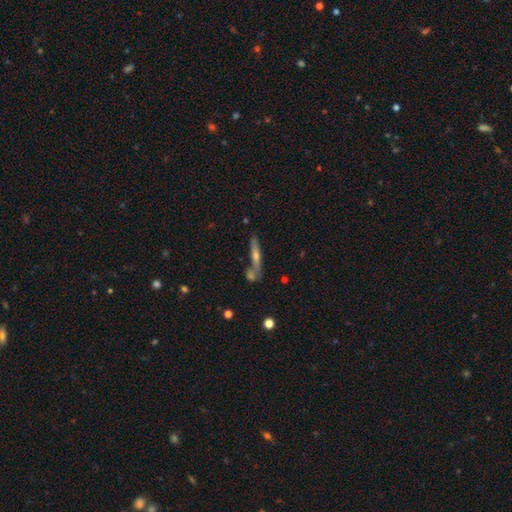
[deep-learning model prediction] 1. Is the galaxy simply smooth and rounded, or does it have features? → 55% featured or disk, 36% smooth, 9% star or artifact.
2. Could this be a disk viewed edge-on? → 87% yes, 13% no.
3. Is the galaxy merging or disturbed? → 58% none, 24% merger, 13% minor disturbance, 5% major disturbance.